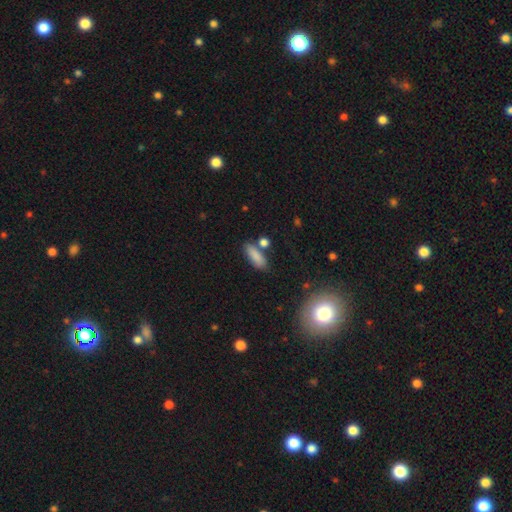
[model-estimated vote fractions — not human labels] A smooth galaxy with no disk features (85%) that is in between round and cigar-shaped (66%). Merging: none (70%).